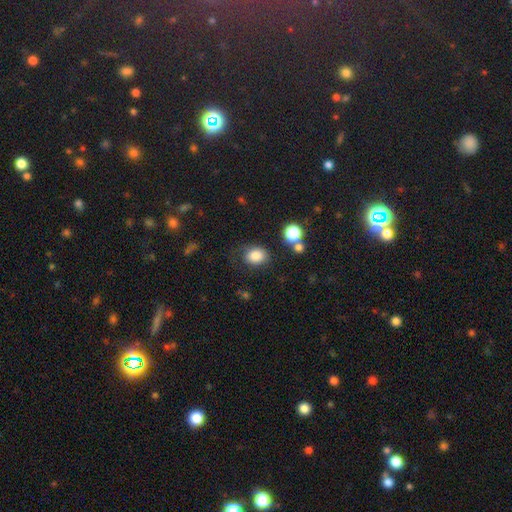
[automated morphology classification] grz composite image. It shows a smooth galaxy with no disk features (84%) that is in between round and cigar-shaped (54%). Merging: none (71%).